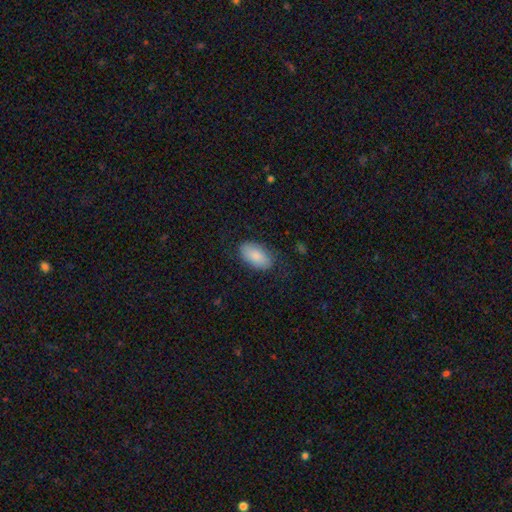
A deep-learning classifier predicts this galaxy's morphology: smooth 85%, featured or disk 9%, star or artifact 6%. Down the decision tree: how rounded — in between (94%); merging — none (78%).